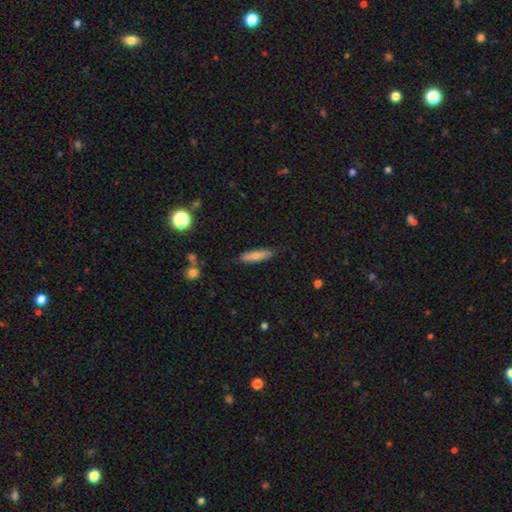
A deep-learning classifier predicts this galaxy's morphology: smooth_or_featured: smooth (p=0.79) [alt: featured or disk p=0.15]
how_rounded: cigar-shaped (p=0.73) [alt: in between p=0.25]
merging: none (p=0.80) [alt: minor disturbance p=0.16]